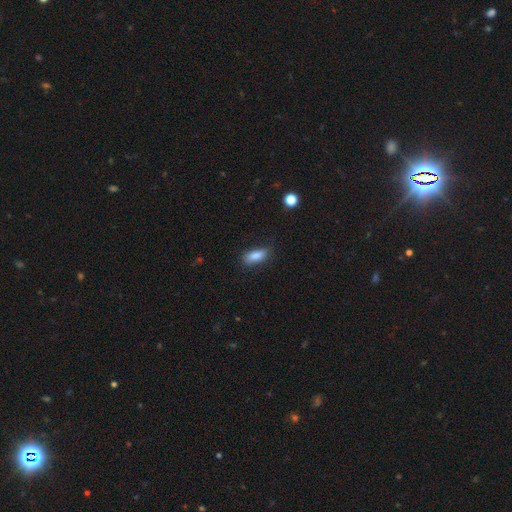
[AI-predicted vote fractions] Overall: smooth (85%). How rounded: in between (79%). Merging: none (71%).